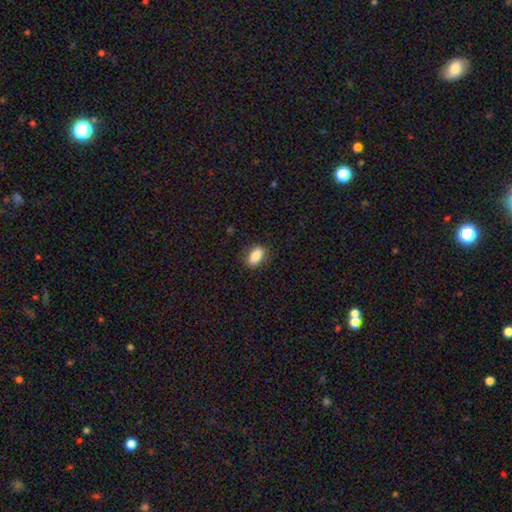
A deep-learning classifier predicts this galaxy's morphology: Overall: smooth (86%). How rounded: in between (87%). Merging: none (83%).